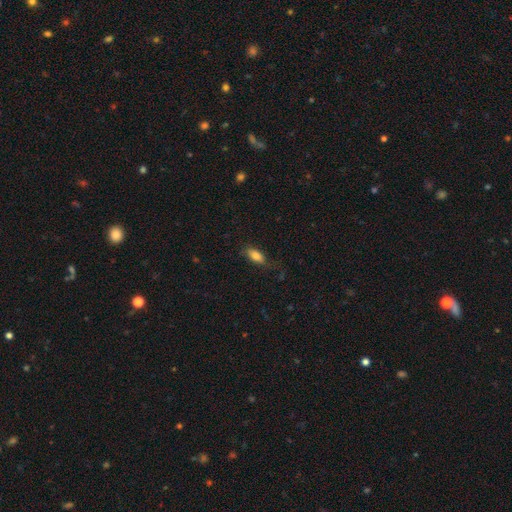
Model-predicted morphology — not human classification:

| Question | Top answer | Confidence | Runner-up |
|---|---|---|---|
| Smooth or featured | smooth | 83% | featured or disk (9%) |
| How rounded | in between | 84% | cigar-shaped (13%) |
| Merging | none | 71% | minor disturbance (20%) |